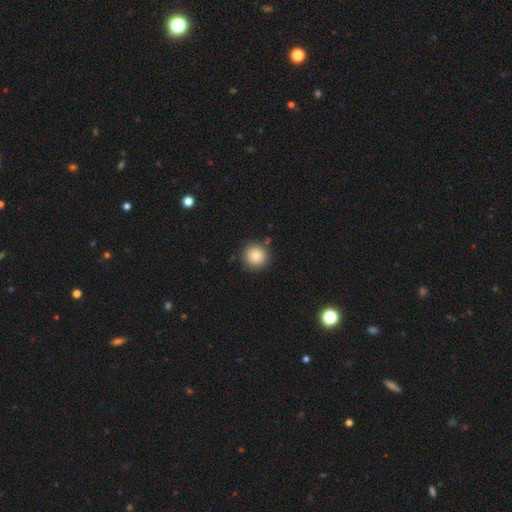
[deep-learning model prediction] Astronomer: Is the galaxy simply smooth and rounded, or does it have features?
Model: smooth — 83%.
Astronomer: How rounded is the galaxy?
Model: round — 95%.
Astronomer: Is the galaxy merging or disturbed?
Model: none — 86%.